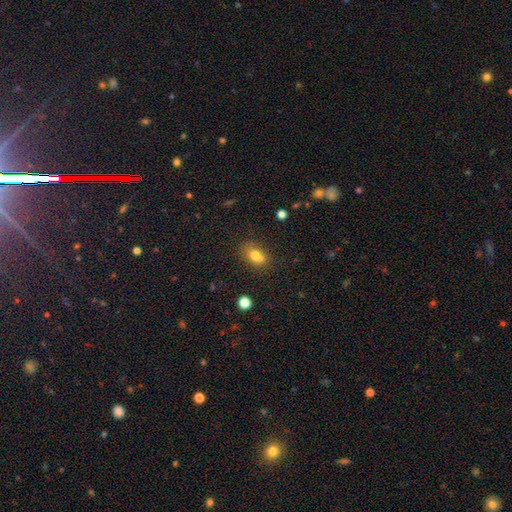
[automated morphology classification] smooth-or-featured: smooth: 74% | featured or disk: 14% | star or artifact: 12%
  how-rounded: in between: 70% | round: 27% | cigar-shaped: 3%
  merging: none: 49% | merger: 28% | minor disturbance: 18% | major disturbance: 6%